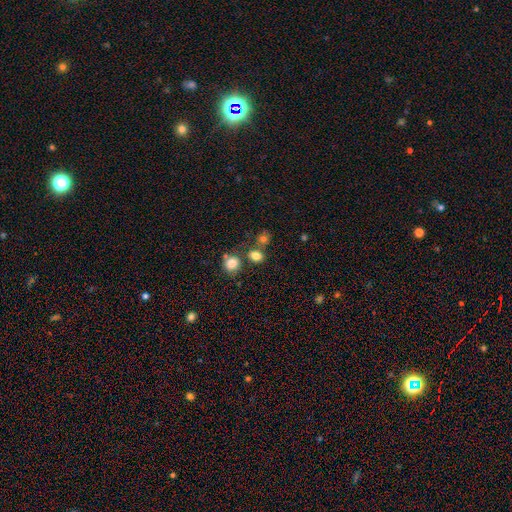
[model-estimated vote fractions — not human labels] Q: Smooth or featured?
A: smooth (79%); runner-up: star or artifact (14%)
Q: How rounded?
A: round (63%); runner-up: in between (36%)
Q: Merging?
A: none (62%); runner-up: merger (22%)